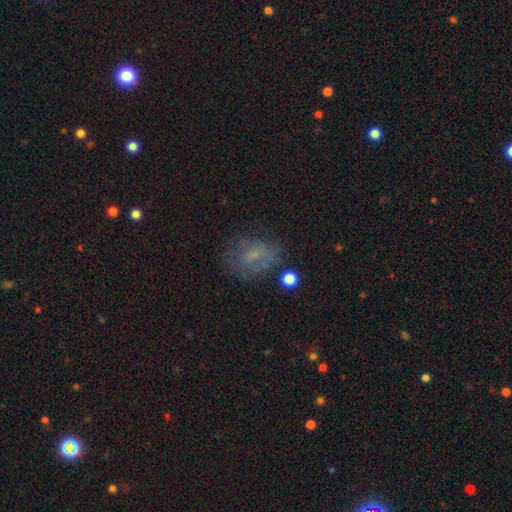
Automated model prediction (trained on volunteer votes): Morphology: type=smooth (49%); merging=none (56%).